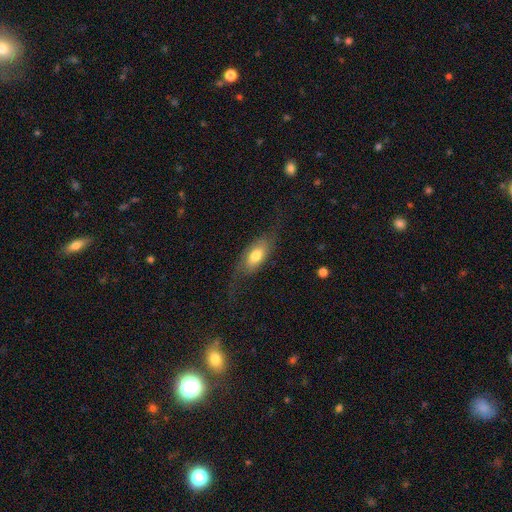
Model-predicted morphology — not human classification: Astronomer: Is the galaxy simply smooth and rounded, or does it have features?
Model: featured or disk — 47% (runner-up: smooth, 46%).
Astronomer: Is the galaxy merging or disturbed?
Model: none — 60%.